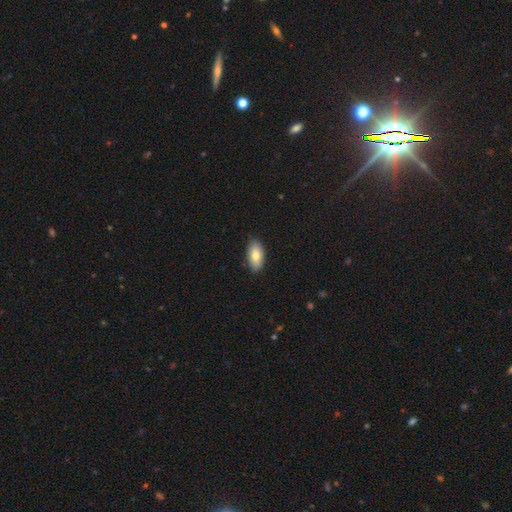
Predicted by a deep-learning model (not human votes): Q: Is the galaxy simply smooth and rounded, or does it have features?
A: smooth — 75%.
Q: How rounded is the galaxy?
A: in between — 92%.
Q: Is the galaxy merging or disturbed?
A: none — 86%.